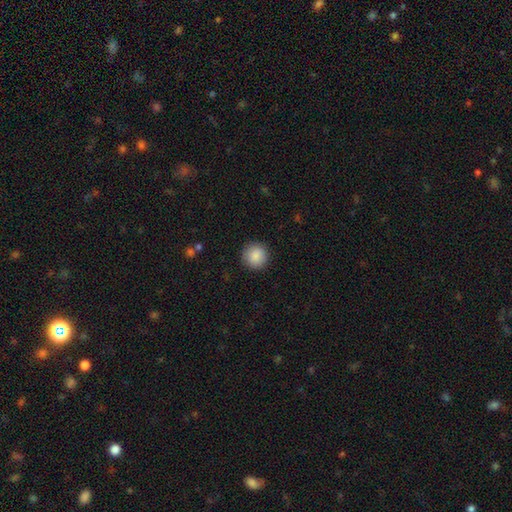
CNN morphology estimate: Smooth or featured?
  - smooth: 89% *
  - star or artifact: 8%
  - featured or disk: 4%
How rounded?
  - round: 95% *
  - in between: 4%
  - cigar-shaped: 1%
Merging?
  - none: 92% *
  - minor disturbance: 5%
  - major disturbance: 2%
  - merger: 1%